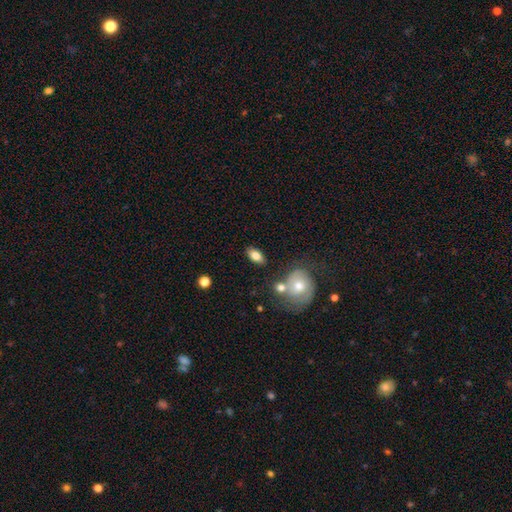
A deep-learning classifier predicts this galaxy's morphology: type=smooth (78%); roundness=in between (89%); merging=none (80%).